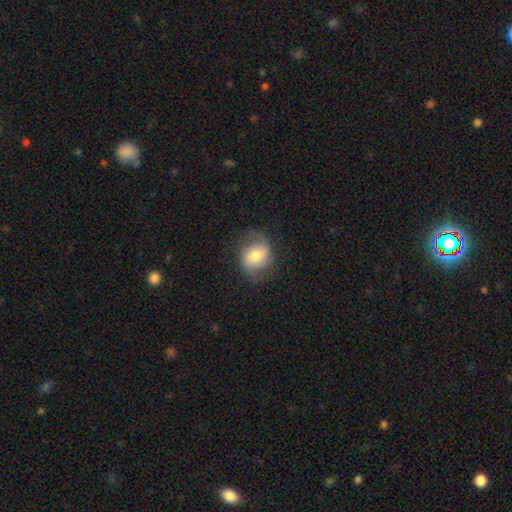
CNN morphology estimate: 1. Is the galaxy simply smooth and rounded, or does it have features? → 53% featured or disk, 39% smooth, 8% star or artifact.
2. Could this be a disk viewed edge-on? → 97% no, 3% yes.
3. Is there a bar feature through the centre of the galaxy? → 50% no, 38% weak, 11% strong.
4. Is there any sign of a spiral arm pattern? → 87% yes, 13% no.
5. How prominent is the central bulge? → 63% moderate, 18% large, 15% small, 2% dominant, 2% none.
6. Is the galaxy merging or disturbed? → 65% none, 21% minor disturbance, 13% major disturbance, 1% merger.